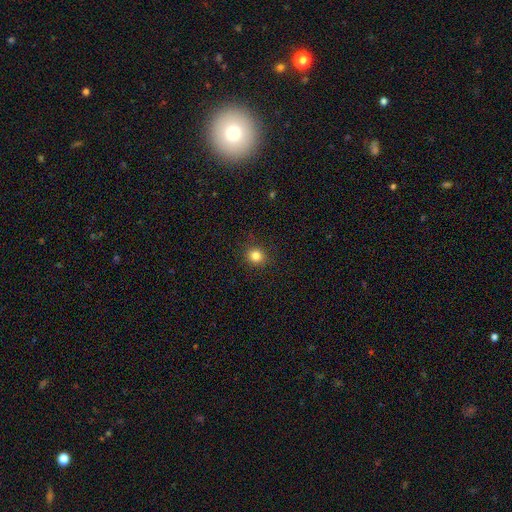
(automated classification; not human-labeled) Smooth or featured: smooth — 82% (star or artifact — 12%)
How rounded: round — 89% (in between — 10%)
Merging: none — 91% (minor disturbance — 6%)